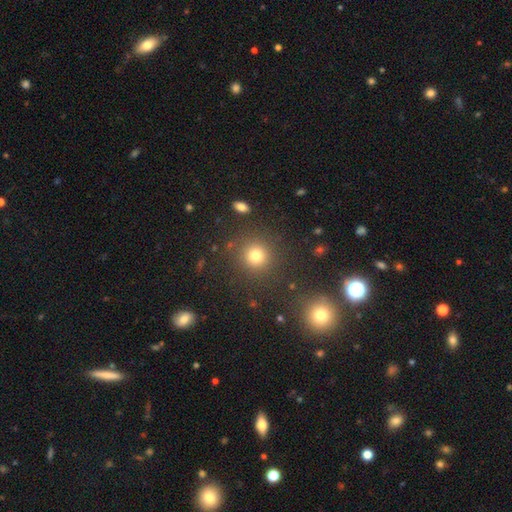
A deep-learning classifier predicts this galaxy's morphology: Smooth or featured: smooth — 78% (star or artifact — 15%)
How rounded: round — 92% (in between — 7%)
Merging: none — 86% (minor disturbance — 7%)